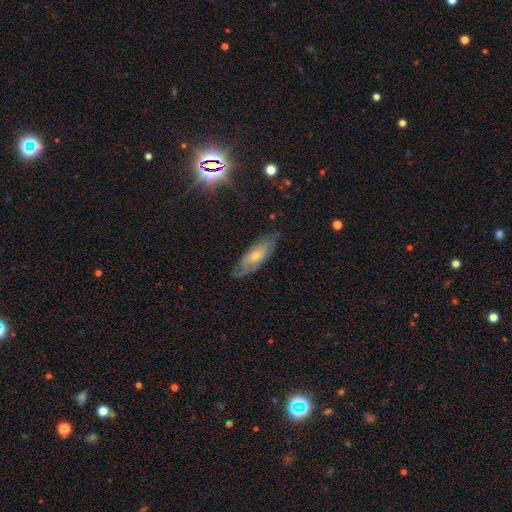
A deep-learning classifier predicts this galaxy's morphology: This appears to be a featured or disk galaxy (60%). Merging: none (66%).